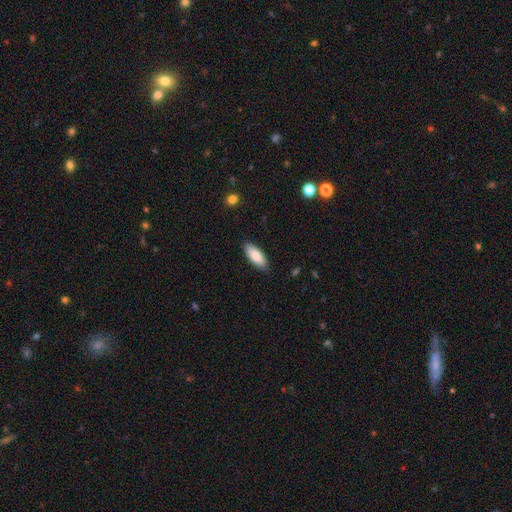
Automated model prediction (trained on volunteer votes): Smooth or featured? Predicted: smooth (p=0.85). How rounded? Predicted: in between (p=0.79). Merging? Predicted: none (p=0.87).